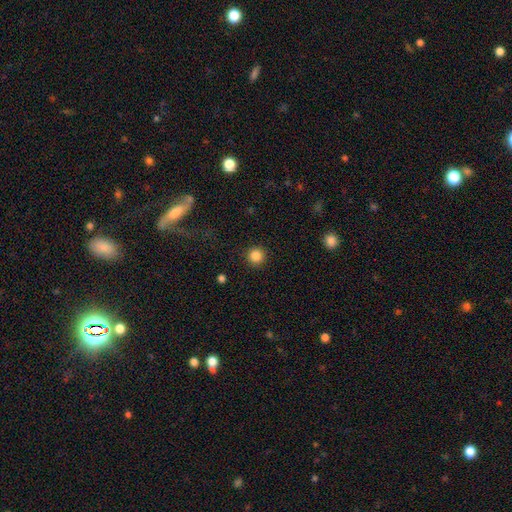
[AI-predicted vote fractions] smooth_or_featured: smooth (p=0.86) [alt: star or artifact p=0.11]
how_rounded: round (p=0.96) [alt: in between p=0.04]
merging: none (p=0.92) [alt: minor disturbance p=0.05]